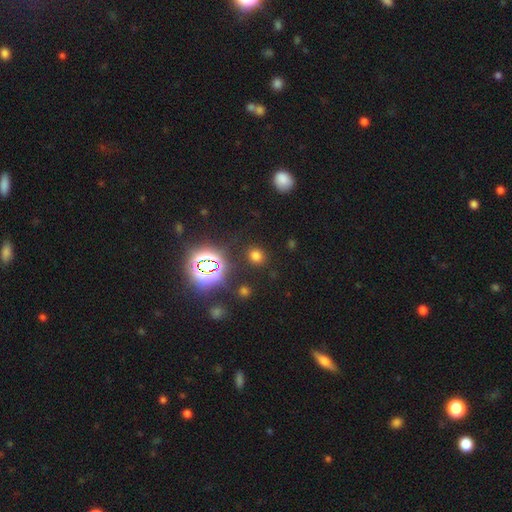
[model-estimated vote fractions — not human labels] A smooth galaxy with no disk features (66%) that is round (71%). Merging: none (87%).